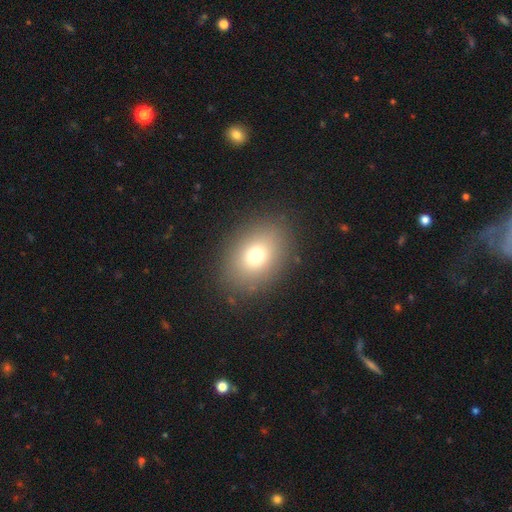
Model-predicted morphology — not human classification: smooth 74%, featured or disk 13%, star or artifact 13%. Down the decision tree: how rounded — in between (66%); merging — none (85%).